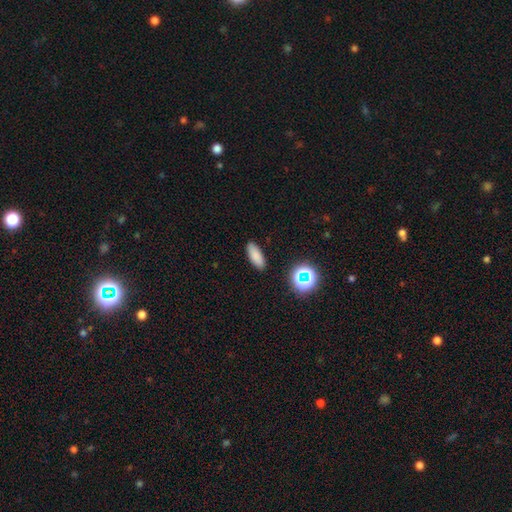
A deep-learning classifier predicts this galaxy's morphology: Overall: smooth (82%). How rounded: in between (71%). Merging: none (89%).